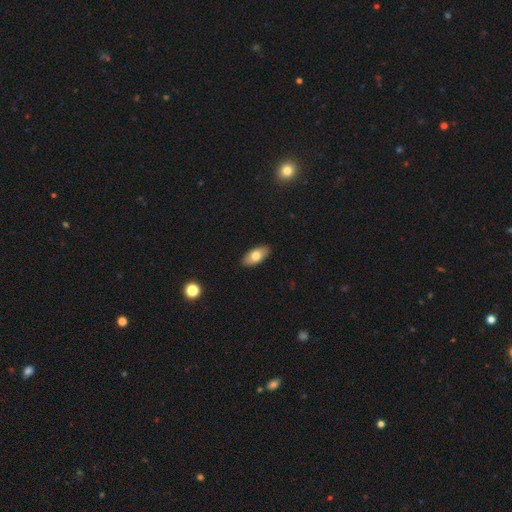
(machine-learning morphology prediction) type=smooth (75%); roundness=in between (91%); merging=none (89%).